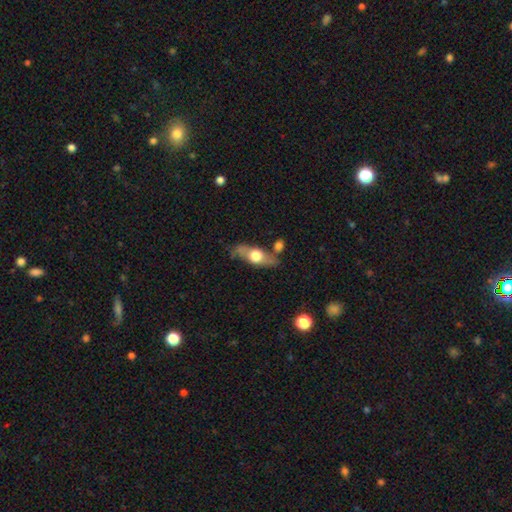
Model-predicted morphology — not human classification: smooth_or_featured: featured or disk (p=0.49) [alt: smooth p=0.45]
merging: none (p=0.66) [alt: minor disturbance p=0.18]